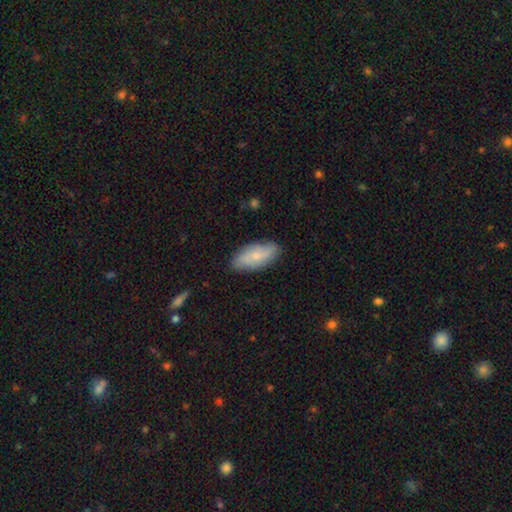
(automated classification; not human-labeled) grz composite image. It shows a smooth galaxy with no disk features (57%) that is in between round and cigar-shaped (86%). Merging: none (83%).